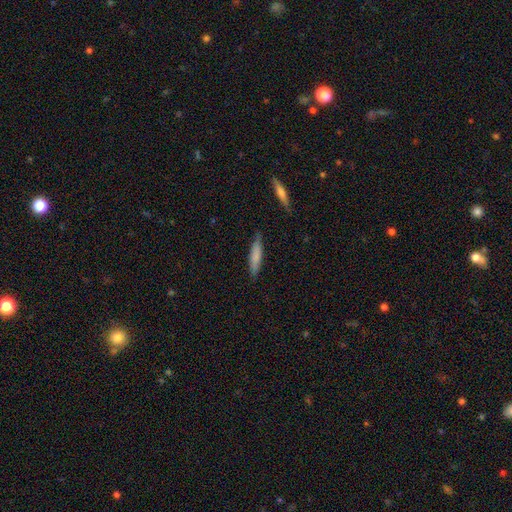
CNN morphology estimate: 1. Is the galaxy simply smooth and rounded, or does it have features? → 76% smooth, 18% featured or disk, 6% star or artifact.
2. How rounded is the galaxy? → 84% cigar-shaped, 15% in between, 1% round.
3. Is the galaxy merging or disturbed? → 80% none, 16% minor disturbance, 3% major disturbance, 2% merger.